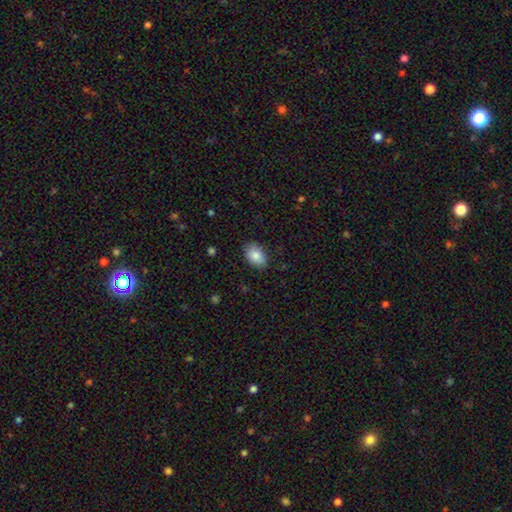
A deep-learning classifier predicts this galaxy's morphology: Smooth or featured? Predicted: smooth (p=0.86). How rounded? Predicted: in between (p=0.86). Merging? Predicted: none (p=0.84).